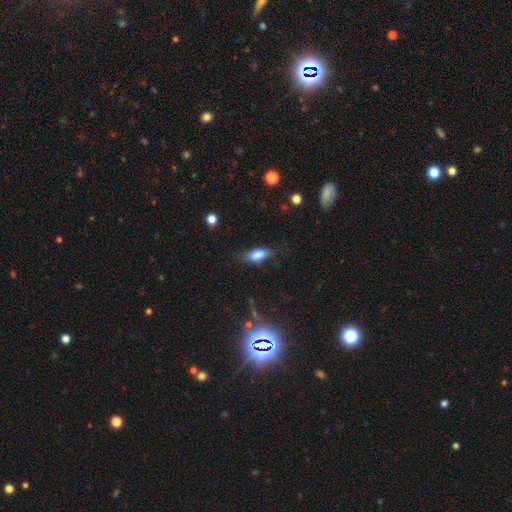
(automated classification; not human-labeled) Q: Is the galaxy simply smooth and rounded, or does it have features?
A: smooth — 80%.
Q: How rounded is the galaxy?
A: in between — 77%.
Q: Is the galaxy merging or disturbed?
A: none — 70%.